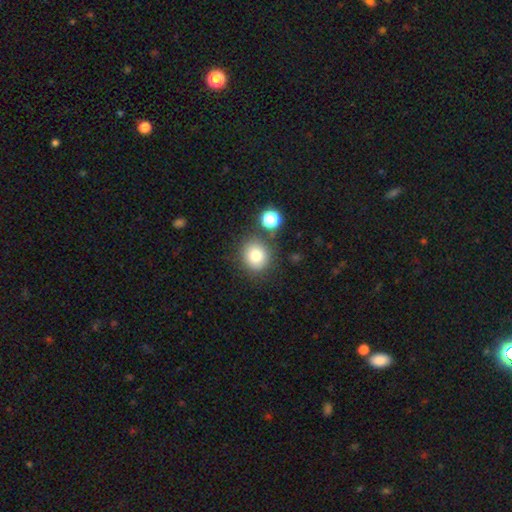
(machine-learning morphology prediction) Smooth or featured? Predicted: smooth (p=0.79). How rounded? Predicted: round (p=0.84). Merging? Predicted: none (p=0.78).